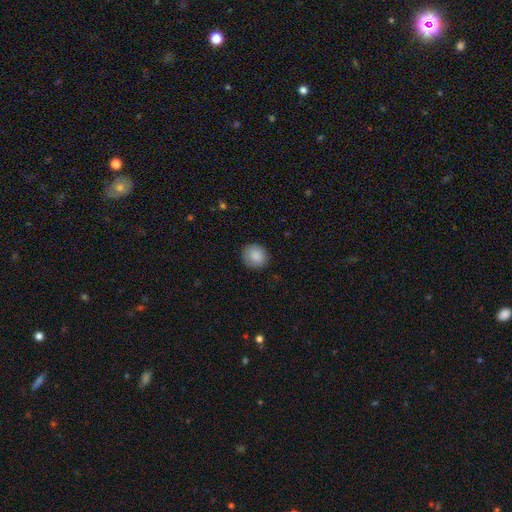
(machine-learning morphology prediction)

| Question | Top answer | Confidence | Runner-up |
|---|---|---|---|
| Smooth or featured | smooth | 88% | star or artifact (8%) |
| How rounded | round | 84% | in between (15%) |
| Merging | none | 88% | minor disturbance (9%) |